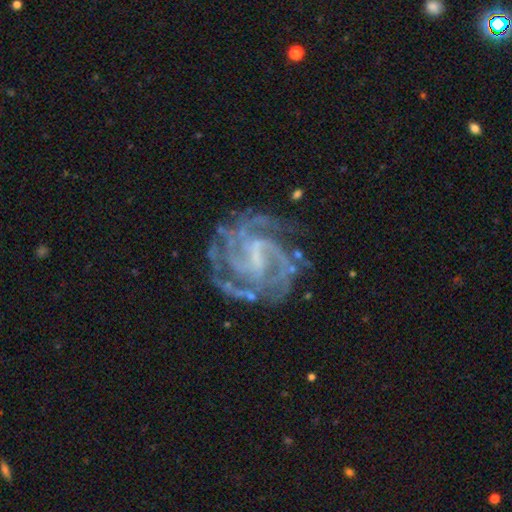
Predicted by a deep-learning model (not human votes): A featured or disk galaxy (89%) with a weak bar (49%), 3 (27%) tight (56%) spiral arms (97%) and a small central bulge (42%).

Vote fractions:
- Smooth or featured? featured or disk: 89% / star or artifact: 6% / smooth: 4%
- Edge-on disk? no: 98% / yes: 2%
- Bar? weak: 49% / strong: 31% / no: 20%
- Spiral arms? yes: 97% / no: 3%
- Spiral winding? tight: 56% / medium: 38% / loose: 6%
- Spiral arm count? 3: 27% / 2: 22% / can't tell: 21% / 4: 15% / more than 4: 7% / 1: 7%
- Bulge size? small: 42% / none: 40% / moderate: 15% / large: 2% / dominant: 1%
- Merging? none: 70% / minor disturbance: 17% / major disturbance: 11% / merger: 2%